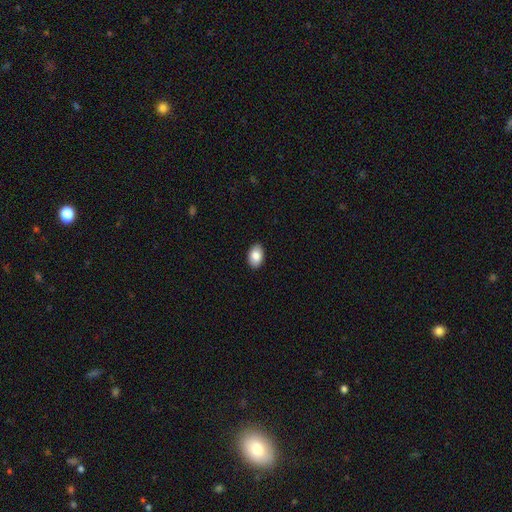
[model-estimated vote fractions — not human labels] Morphology: type=smooth (86%); roundness=in between (90%); merging=none (90%).